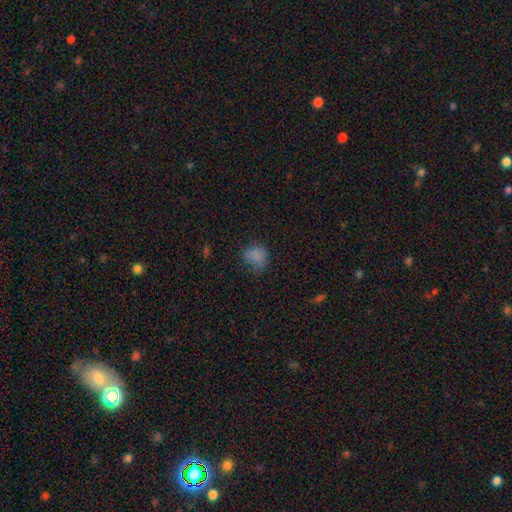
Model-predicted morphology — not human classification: Smooth or featured: smooth — 75% (star or artifact — 16%)
How rounded: round — 64% (in between — 35%)
Merging: none — 55% (minor disturbance — 28%)